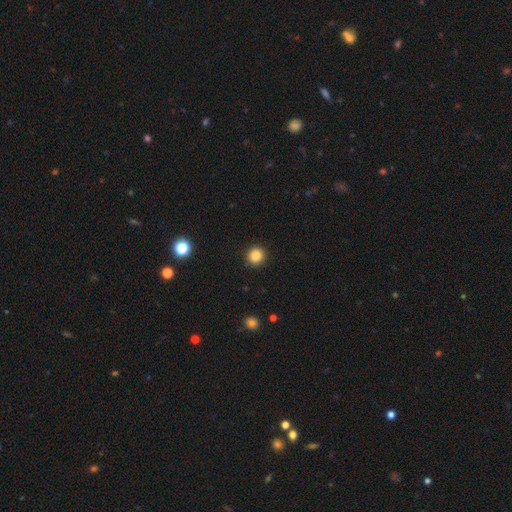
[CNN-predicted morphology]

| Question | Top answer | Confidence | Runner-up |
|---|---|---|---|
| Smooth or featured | smooth | 85% | star or artifact (11%) |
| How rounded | round | 93% | in between (6%) |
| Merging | none | 91% | minor disturbance (6%) |